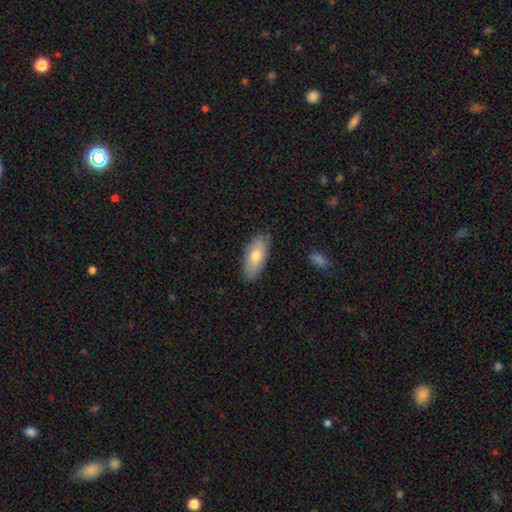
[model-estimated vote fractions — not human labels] Smooth or featured?
  - smooth: 72% *
  - featured or disk: 22%
  - star or artifact: 6%
How rounded?
  - in between: 87% *
  - cigar-shaped: 11%
  - round: 2%
Merging?
  - none: 83% *
  - minor disturbance: 13%
  - major disturbance: 2%
  - merger: 1%